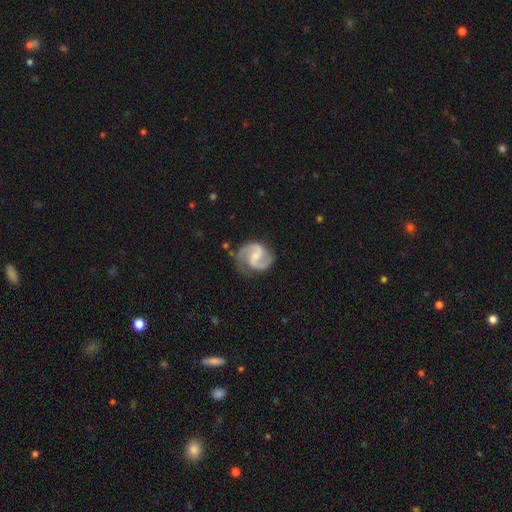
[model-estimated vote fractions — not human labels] featured or disk 90%, smooth 6%, star or artifact 4%. Down the decision tree: edge-on disk — no (98%); bar — weak (53%); spiral arms — yes (98%); spiral arm count — 2 (93%); spiral winding — medium (61%); bulge size — small (53%); merging — none (78%).